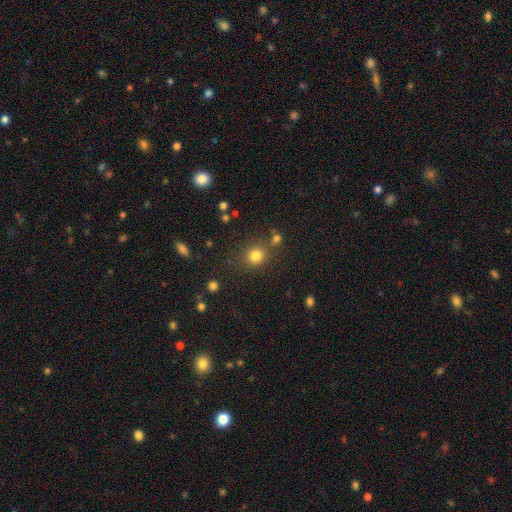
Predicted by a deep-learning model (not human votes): smooth_or_featured: smooth (p=0.80) [alt: star or artifact p=0.14]
how_rounded: round (p=0.83) [alt: in between p=0.16]
merging: none (p=0.77) [alt: minor disturbance p=0.10]